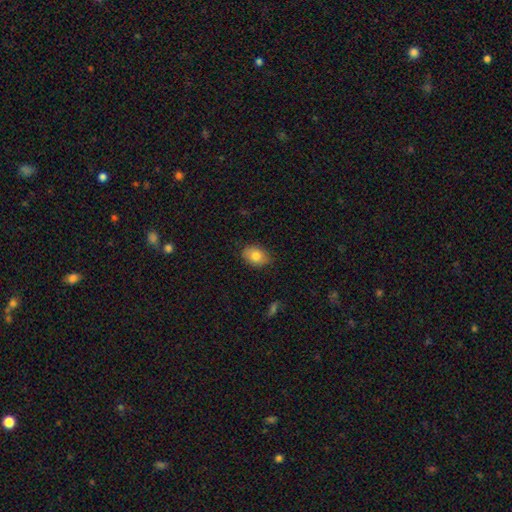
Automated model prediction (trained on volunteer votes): A smooth galaxy with no disk features (79%) that is in between round and cigar-shaped (77%).

Vote fractions:
- Smooth or featured? smooth: 79% / featured or disk: 12% / star or artifact: 8%
- How rounded? in between: 77% / round: 22% / cigar-shaped: 1%
- Merging? none: 83% / minor disturbance: 14% / major disturbance: 2% / merger: 1%